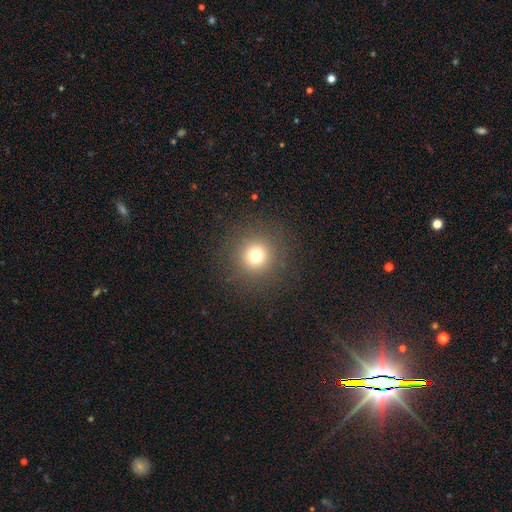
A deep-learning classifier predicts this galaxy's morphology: Smooth or featured? smooth (73%)
How rounded? round (96%)
Merging? none (90%)